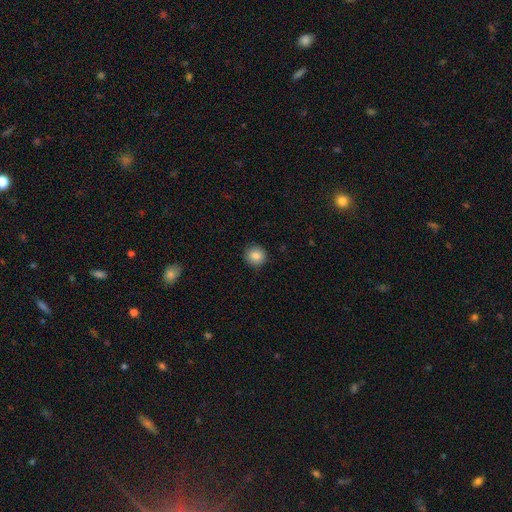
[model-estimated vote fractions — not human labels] A smooth galaxy with no disk features (86%) that is round (93%). Merging: none (91%).